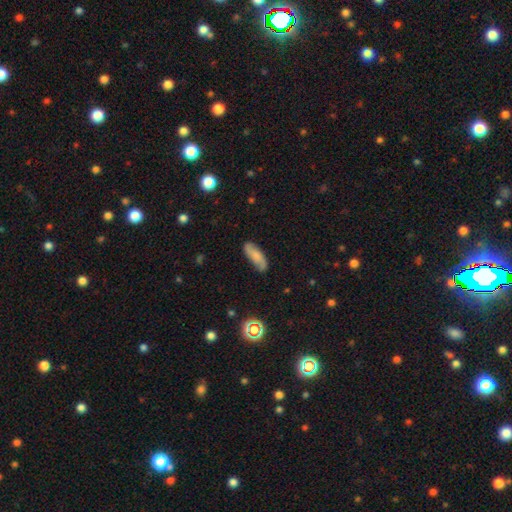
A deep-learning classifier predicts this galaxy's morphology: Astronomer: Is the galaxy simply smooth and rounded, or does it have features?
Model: smooth — 61%.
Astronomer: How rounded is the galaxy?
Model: in between — 62%.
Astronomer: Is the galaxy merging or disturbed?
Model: none — 76%.